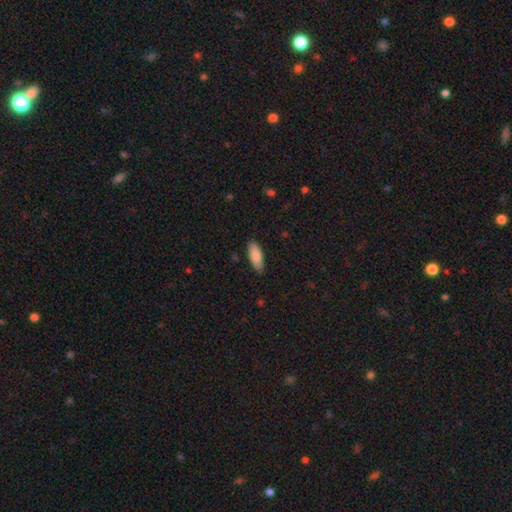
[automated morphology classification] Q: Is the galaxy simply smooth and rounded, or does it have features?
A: smooth — 87%.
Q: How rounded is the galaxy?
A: in between — 71%.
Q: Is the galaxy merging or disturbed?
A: none — 86%.